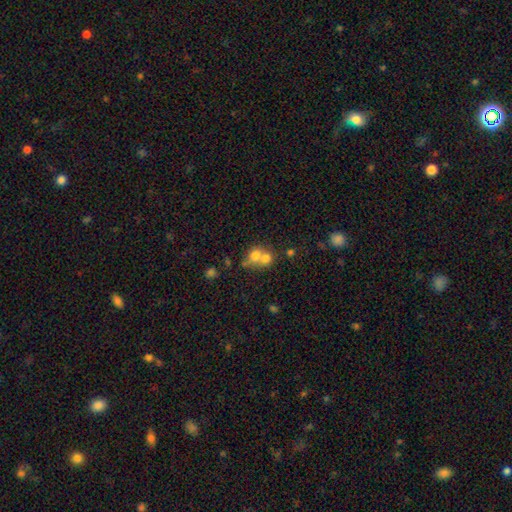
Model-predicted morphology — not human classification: Smooth or featured? Predicted: smooth (p=0.69). How rounded? Predicted: round (p=0.70). Merging? Predicted: merger (p=0.66).